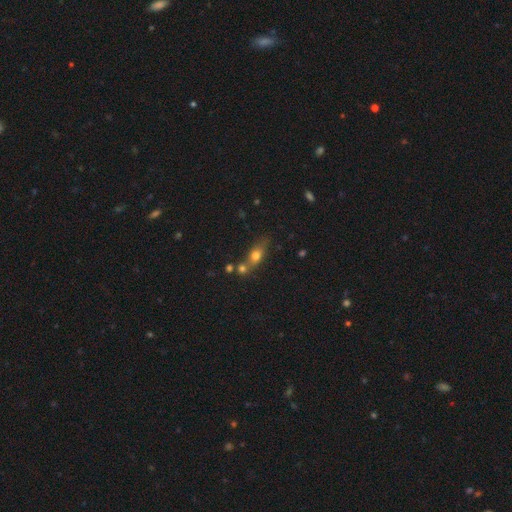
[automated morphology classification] type=smooth (68%); roundness=in between (59%); merging=none (48%).